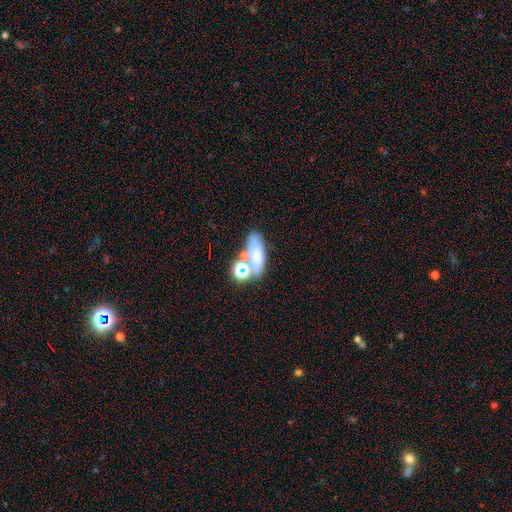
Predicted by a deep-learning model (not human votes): Smooth or featured: smooth — 60% (star or artifact — 20%)
How rounded: in between — 70% (round — 15%)
Merging: none — 47% (merger — 29%)